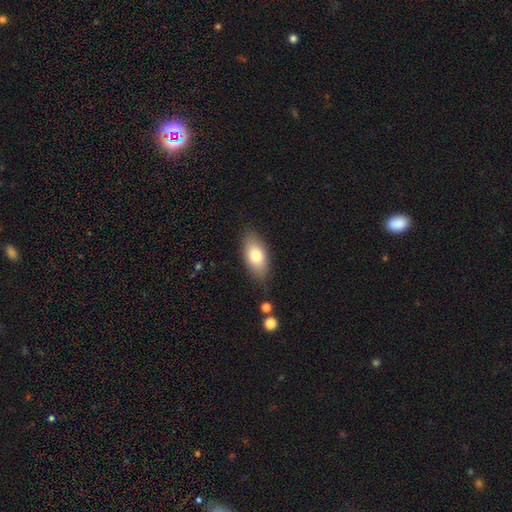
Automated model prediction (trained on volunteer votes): Overall: smooth (77%). How rounded: in between (88%). Merging: none (83%).